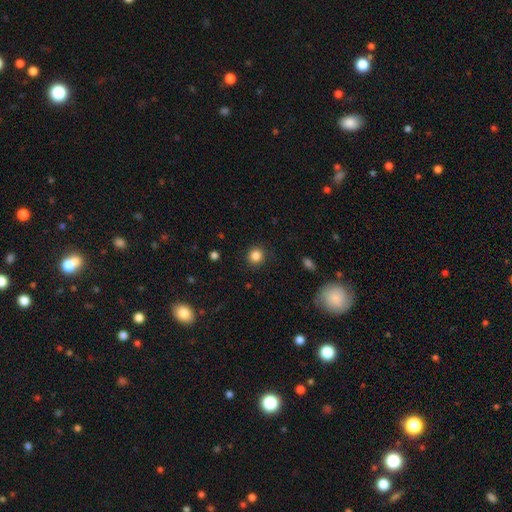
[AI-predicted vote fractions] The model was most divided on "smooth or featured": smooth: 85%, star or artifact: 11%, featured or disk: 4%. More confident: how rounded — round (90%); merging — none (89%).